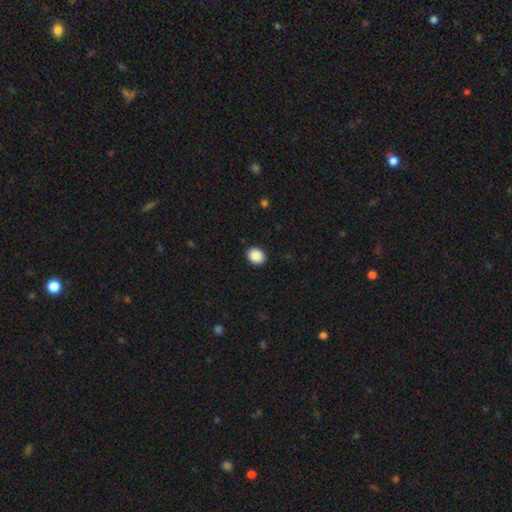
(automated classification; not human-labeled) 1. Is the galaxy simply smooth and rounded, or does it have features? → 89% smooth, 8% star or artifact, 3% featured or disk.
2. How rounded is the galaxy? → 52% round, 48% in between, 1% cigar-shaped.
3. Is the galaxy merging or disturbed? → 91% none, 7% minor disturbance, 2% major disturbance, 1% merger.